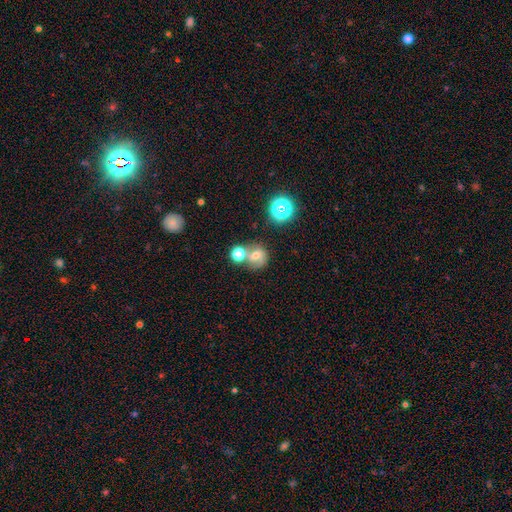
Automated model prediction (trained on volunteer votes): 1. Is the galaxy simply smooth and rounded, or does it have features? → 51% smooth, 30% featured or disk, 19% star or artifact.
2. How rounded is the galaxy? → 78% round, 21% in between, 1% cigar-shaped.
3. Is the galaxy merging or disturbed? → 45% none, 34% merger, 13% minor disturbance, 7% major disturbance.